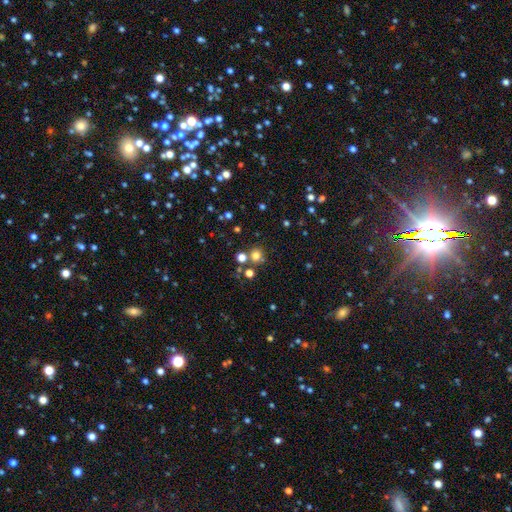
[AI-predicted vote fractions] Smooth or featured? smooth (74%)
How rounded? round (91%)
Merging? none (75%)